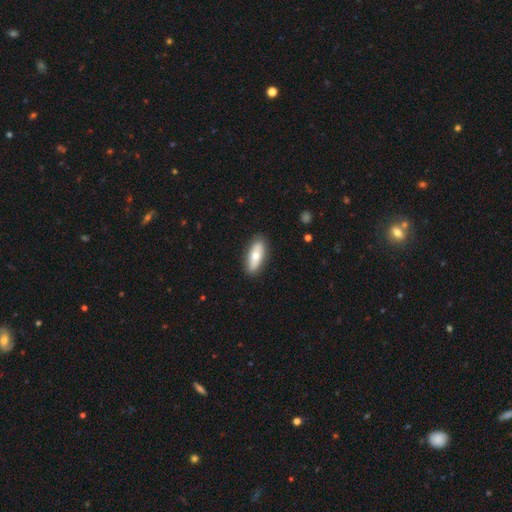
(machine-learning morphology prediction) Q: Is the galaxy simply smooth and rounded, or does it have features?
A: smooth — 64%.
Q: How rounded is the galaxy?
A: in between — 74%.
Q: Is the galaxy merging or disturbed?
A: none — 88%.